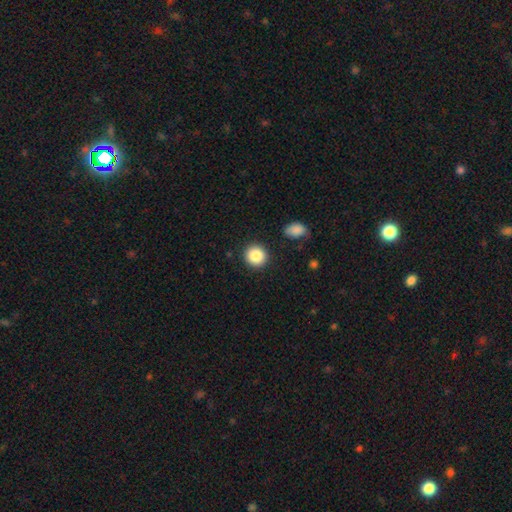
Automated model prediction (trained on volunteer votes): Smooth or featured? Predicted: smooth (p=0.87). How rounded? Predicted: round (p=0.92). Merging? Predicted: none (p=0.90).